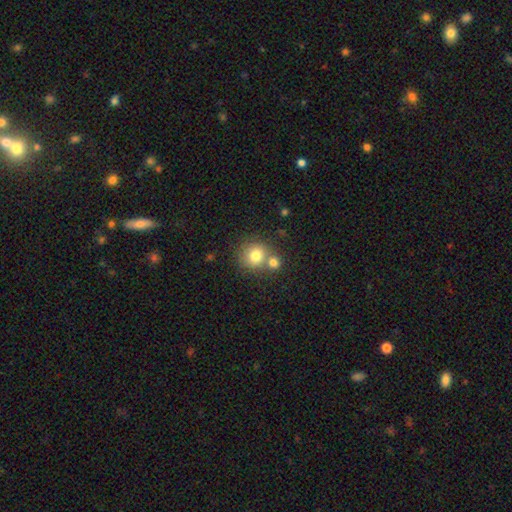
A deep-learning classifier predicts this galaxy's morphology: smooth 78%, featured or disk 11%, star or artifact 11%. Down the decision tree: how rounded — round (87%); merging — none (54%).